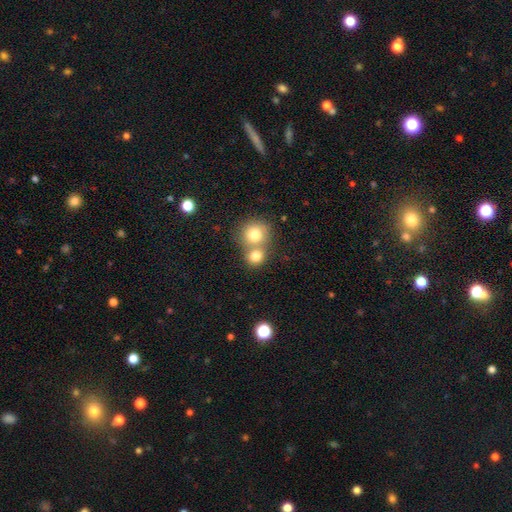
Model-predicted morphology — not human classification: The model was most divided on "merging": merger: 52%, none: 39%, minor disturbance: 6%, major disturbance: 3%. More confident: how rounded — round (83%); smooth or featured — smooth (78%).